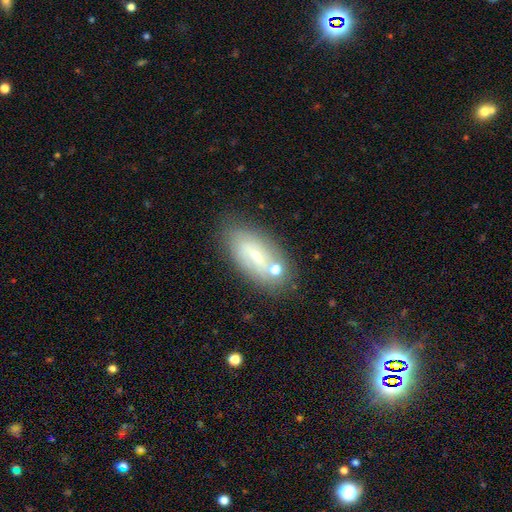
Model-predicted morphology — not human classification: Overall: smooth (46%; featured or disk 43%). Merging: none (66%).